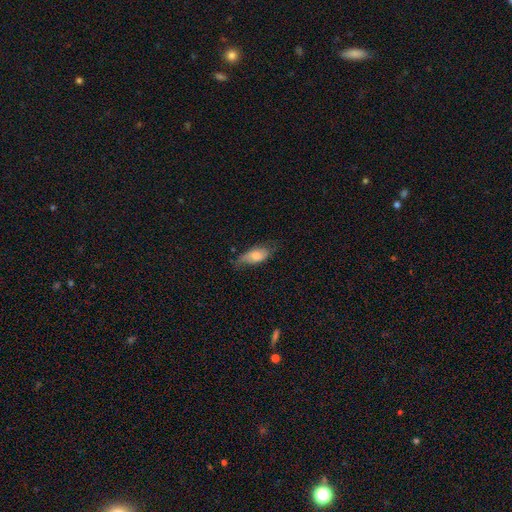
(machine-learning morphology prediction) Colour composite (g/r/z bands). It shows a smooth galaxy with no disk features (67%) that is in between round and cigar-shaped (86%). Merging: none (53%).